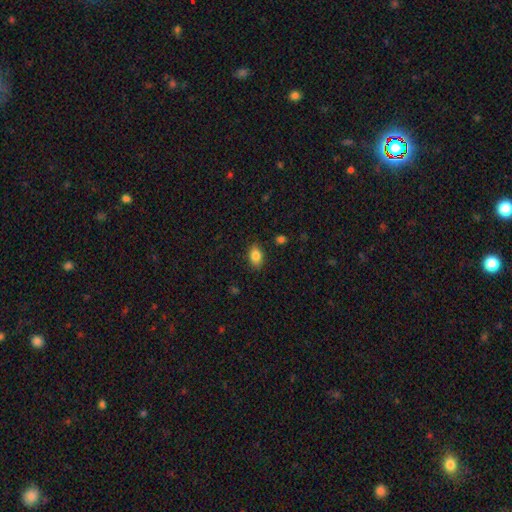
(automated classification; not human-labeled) Q: Smooth or featured?
A: smooth (85%); runner-up: star or artifact (8%)
Q: How rounded?
A: in between (86%); runner-up: round (12%)
Q: Merging?
A: none (84%); runner-up: minor disturbance (12%)